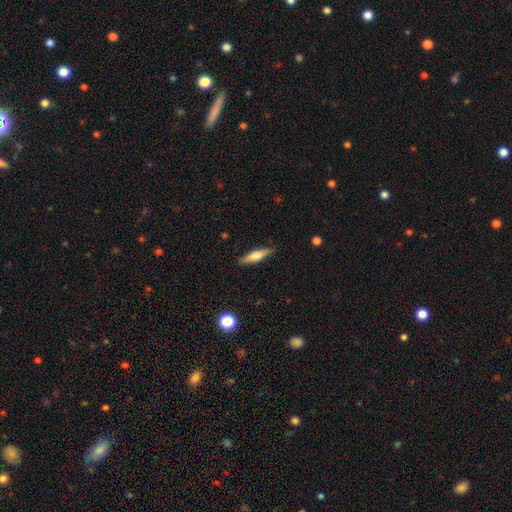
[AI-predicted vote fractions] Overall: smooth (60%; featured or disk 34%). How rounded: cigar-shaped (76%). Merging: none (88%).